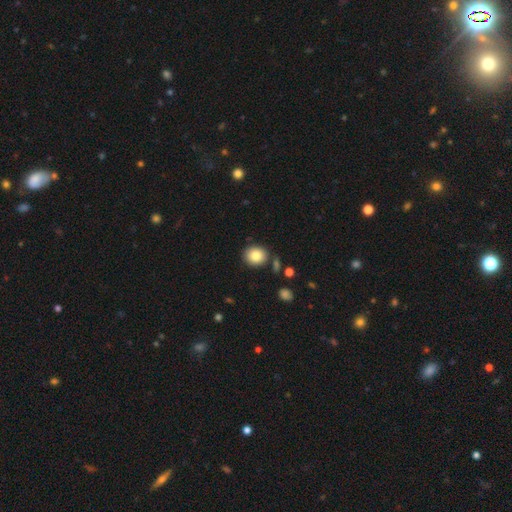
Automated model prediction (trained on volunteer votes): smooth 84%, star or artifact 9%, featured or disk 7%. Down the decision tree: how rounded — round (79%); merging — none (83%).